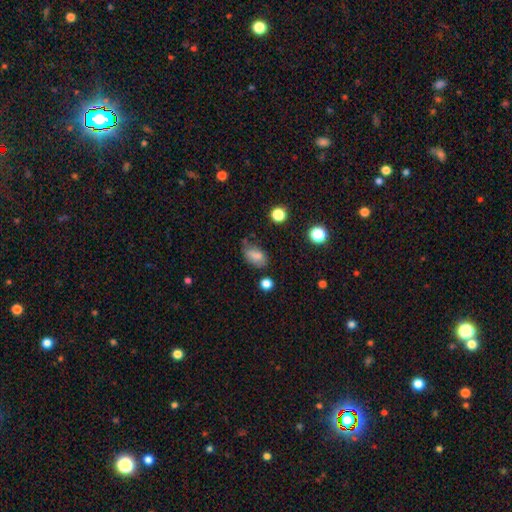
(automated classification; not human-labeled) Overall: smooth (78%). How rounded: in between (88%). Merging: none (59%; minor disturbance 28%).